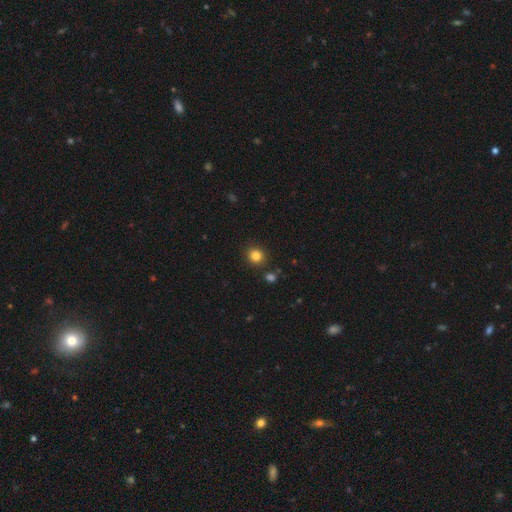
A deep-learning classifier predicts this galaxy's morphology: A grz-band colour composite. It shows a smooth galaxy with no disk features (84%) that is round (87%). Merging: none (87%).